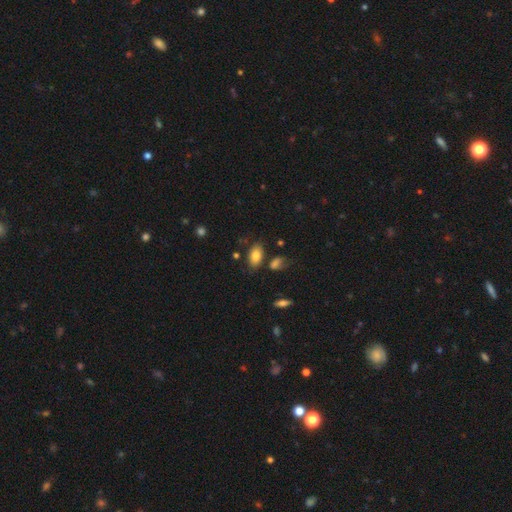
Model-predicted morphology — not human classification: A smooth galaxy with no disk features (82%) that is in between round and cigar-shaped (92%). Merging: none (74%).